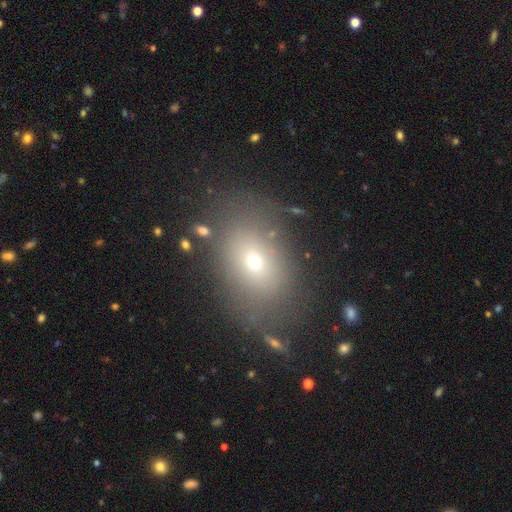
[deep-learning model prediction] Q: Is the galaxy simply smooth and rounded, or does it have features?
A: smooth — 65%.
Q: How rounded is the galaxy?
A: in between — 70%.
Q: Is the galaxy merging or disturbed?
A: none — 70%.